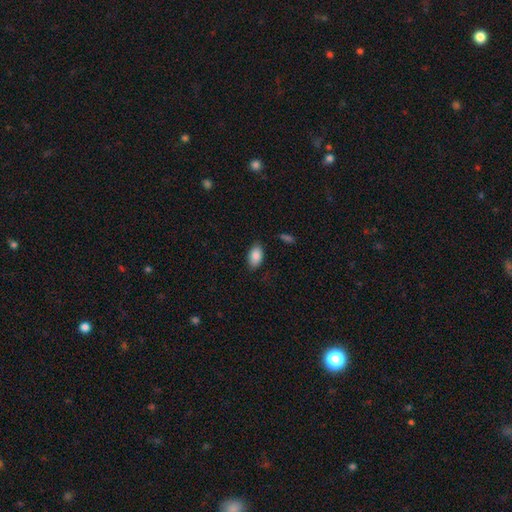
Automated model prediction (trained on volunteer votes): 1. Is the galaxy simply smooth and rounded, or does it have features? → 87% smooth, 7% star or artifact, 6% featured or disk.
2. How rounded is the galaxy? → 93% in between, 5% round, 2% cigar-shaped.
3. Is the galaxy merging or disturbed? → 85% none, 11% minor disturbance, 3% major disturbance, 1% merger.